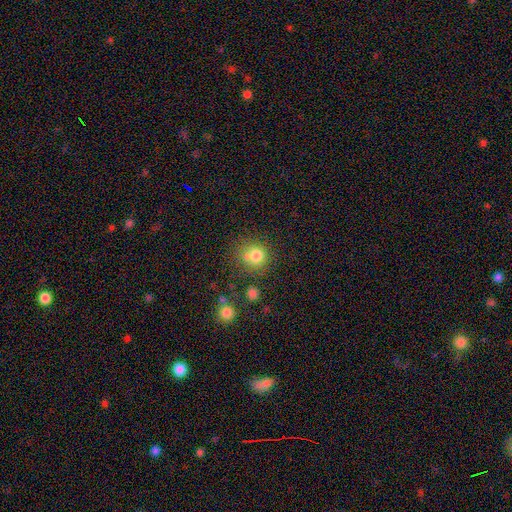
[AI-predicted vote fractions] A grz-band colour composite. It shows a smooth galaxy with no disk features (77%) that is round (84%). Merging: none (60%).